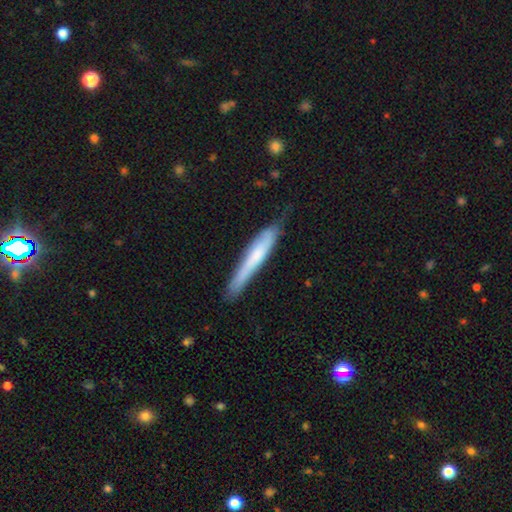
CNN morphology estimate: Smooth or featured: smooth — 63% (featured or disk — 32%)
How rounded: cigar-shaped — 93% (in between — 5%)
Merging: none — 64% (minor disturbance — 28%)